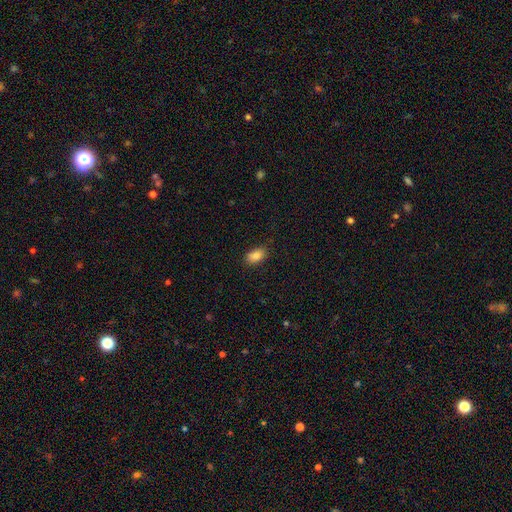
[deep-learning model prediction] Smooth or featured? smooth (87%)
How rounded? in between (90%)
Merging? none (85%)